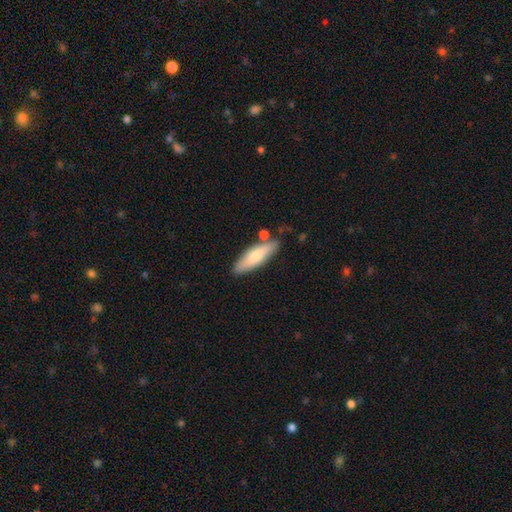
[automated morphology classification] smooth_or_featured: smooth (p=0.71) [alt: featured or disk p=0.24]
how_rounded: cigar-shaped (p=0.54) [alt: in between p=0.44]
merging: none (p=0.75) [alt: minor disturbance p=0.15]